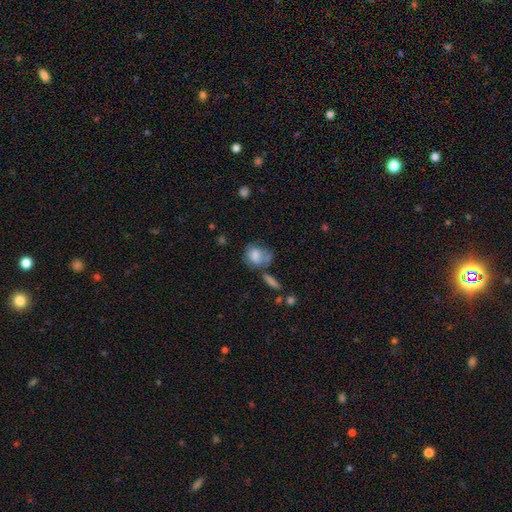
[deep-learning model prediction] smooth_or_featured: smooth (p=0.69) [alt: featured or disk p=0.22]
how_rounded: in between (p=0.59) [alt: round p=0.39]
merging: none (p=0.31) [alt: merger p=0.24]